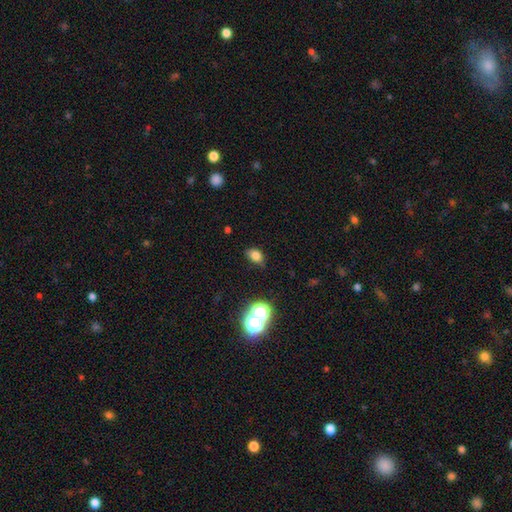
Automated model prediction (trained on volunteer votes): Smooth or featured? Predicted: smooth (p=0.75). How rounded? Predicted: in between (p=0.75). Merging? Predicted: none (p=0.74).